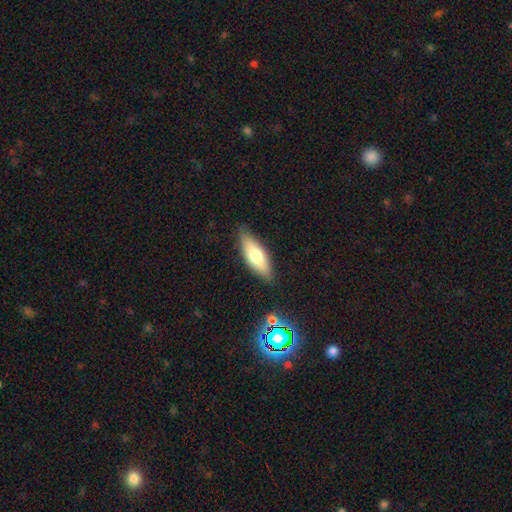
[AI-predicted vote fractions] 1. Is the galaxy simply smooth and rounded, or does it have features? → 70% smooth, 23% featured or disk, 6% star or artifact.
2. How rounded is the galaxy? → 62% in between, 36% cigar-shaped, 2% round.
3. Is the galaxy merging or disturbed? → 84% none, 13% minor disturbance, 2% major disturbance, 2% merger.